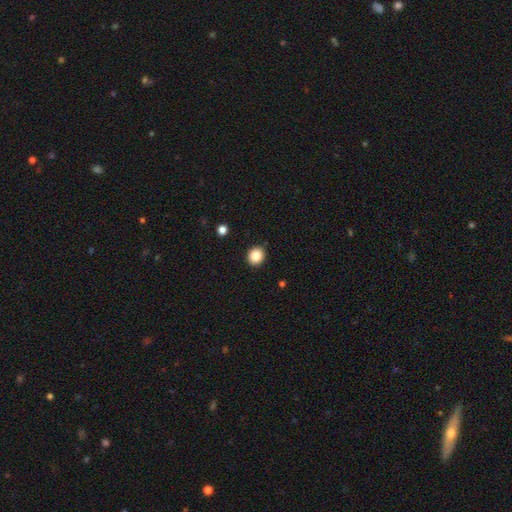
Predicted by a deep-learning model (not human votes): The model was most divided on "how rounded": round: 81%, in between: 18%, cigar-shaped: 1%. More confident: merging — none (90%); smooth or featured — smooth (86%).